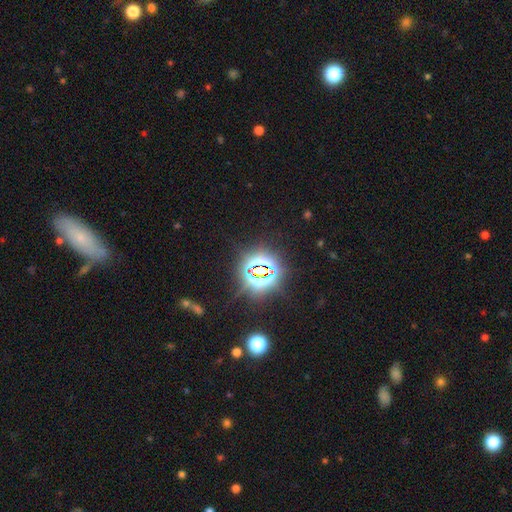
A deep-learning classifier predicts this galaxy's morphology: Q: Smooth or featured?
A: star or artifact (79%); runner-up: smooth (13%)